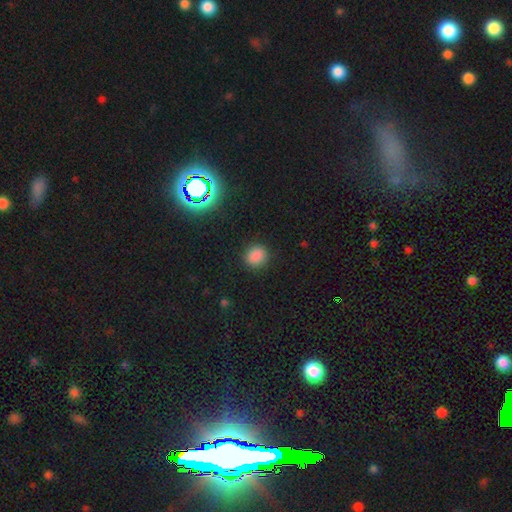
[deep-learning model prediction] Q: Smooth or featured?
A: smooth (83%); runner-up: star or artifact (14%)
Q: How rounded?
A: round (76%); runner-up: in between (23%)
Q: Merging?
A: none (87%); runner-up: minor disturbance (9%)